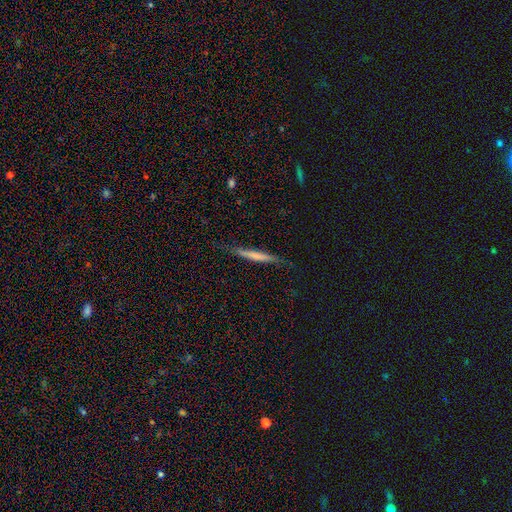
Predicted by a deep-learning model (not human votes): smooth_or_featured: smooth (p=0.57) [alt: featured or disk p=0.37]
how_rounded: cigar-shaped (p=0.95) [alt: in between p=0.03]
merging: none (p=0.76) [alt: minor disturbance p=0.19]